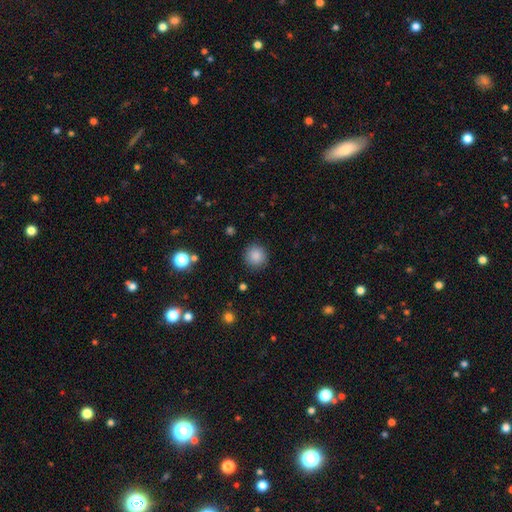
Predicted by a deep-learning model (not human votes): Smooth or featured? Predicted: smooth (p=0.86). How rounded? Predicted: round (p=0.93). Merging? Predicted: none (p=0.89).